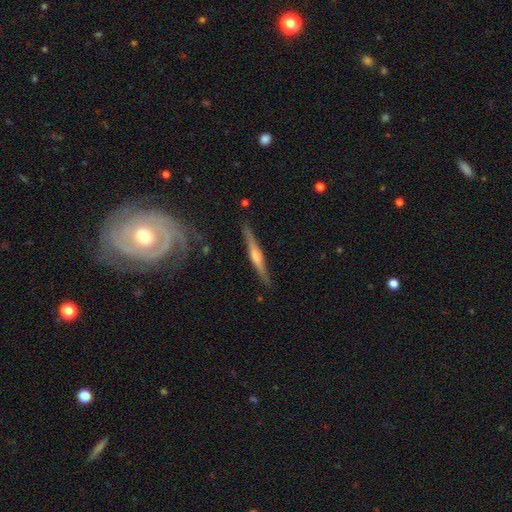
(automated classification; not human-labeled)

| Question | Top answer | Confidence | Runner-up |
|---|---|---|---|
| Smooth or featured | featured or disk | 67% | smooth (27%) |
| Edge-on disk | yes | 96% | no (4%) |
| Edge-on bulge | rounded | 70% | none (18%) |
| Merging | none | 85% | minor disturbance (10%) |